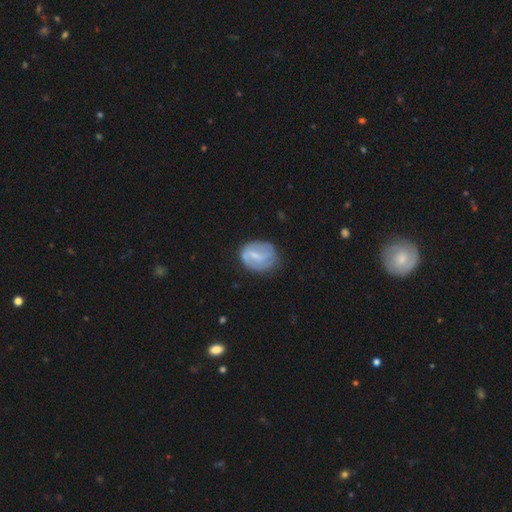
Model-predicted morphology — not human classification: A featured or disk galaxy (54%) with a weak bar (51%), spiral arms (63%) and a small central bulge (43%).

Vote fractions:
- Smooth or featured? featured or disk: 54% / smooth: 39% / star or artifact: 7%
- Edge-on disk? no: 97% / yes: 3%
- Bar? weak: 51% / strong: 30% / no: 20%
- Spiral arms? yes: 63% / no: 37%
- Bulge size? small: 43% / none: 28% / moderate: 25% / large: 3% / dominant: 1%
- Merging? none: 62% / minor disturbance: 25% / major disturbance: 11% / merger: 2%